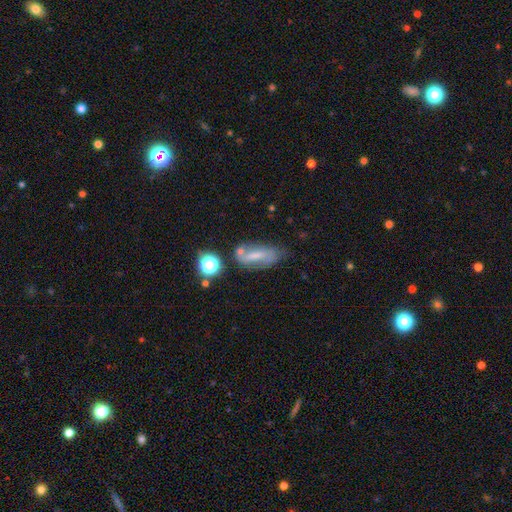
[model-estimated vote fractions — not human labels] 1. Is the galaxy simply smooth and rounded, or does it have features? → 50% smooth, 36% featured or disk, 14% star or artifact.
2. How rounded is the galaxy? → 68% in between, 25% cigar-shaped, 8% round.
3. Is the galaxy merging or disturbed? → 47% none, 27% minor disturbance, 14% major disturbance, 11% merger.